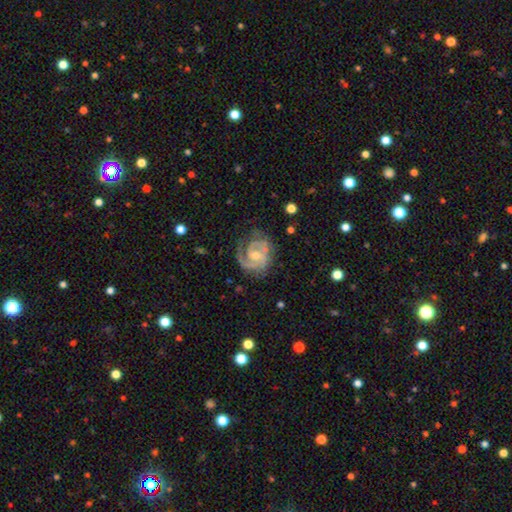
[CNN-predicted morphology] Overall: featured or disk (89%). Edge-on disk: no (98%). Bar: no (51%; weak 38%). Spiral arms: yes (97%). Spiral arm count: 2 (71%). Spiral winding: tight (54%; medium 39%). Bulge size: moderate (53%; small 42%). Merging: none (70%).